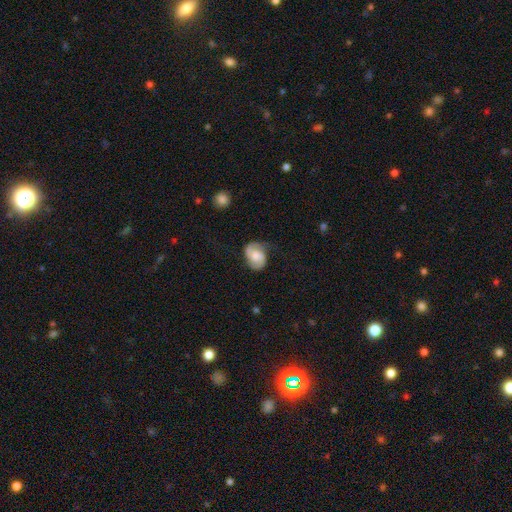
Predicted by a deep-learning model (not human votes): featured or disk 53%, smooth 39%, star or artifact 7%. Down the decision tree: edge-on disk — no (97%); bar — no (60%); spiral arms — yes (89%); bulge size — moderate (42%); merging — none (57%).